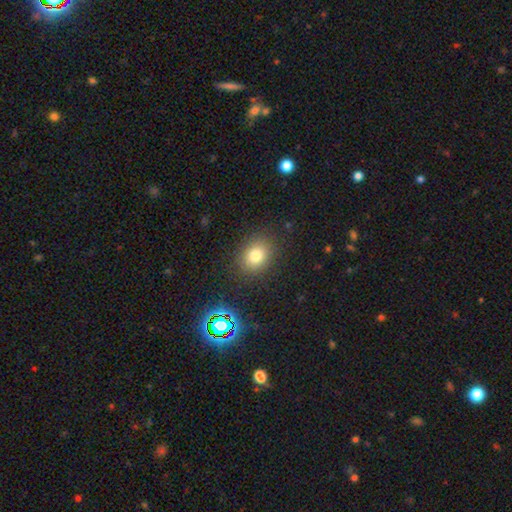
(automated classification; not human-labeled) smooth 77%, star or artifact 15%, featured or disk 8%. Down the decision tree: how rounded — round (57%); merging — none (85%).